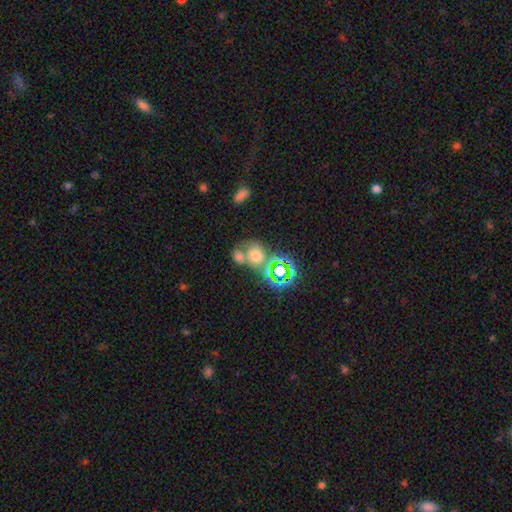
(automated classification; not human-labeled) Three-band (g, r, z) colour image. It shows a smooth galaxy with no disk features (58%) that is round (62%). Merging: merger (49%).